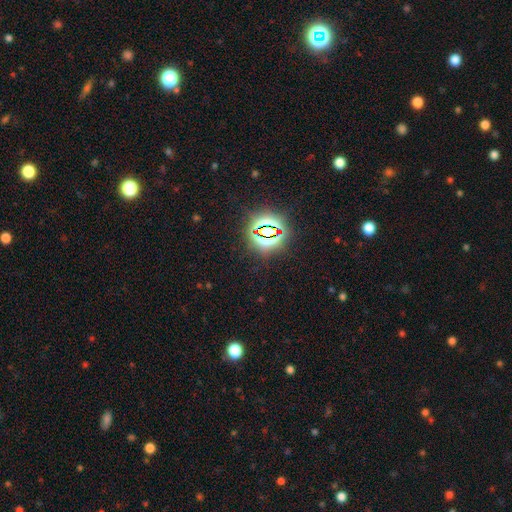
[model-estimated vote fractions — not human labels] star or artifact 80%, smooth 13%, featured or disk 7%.